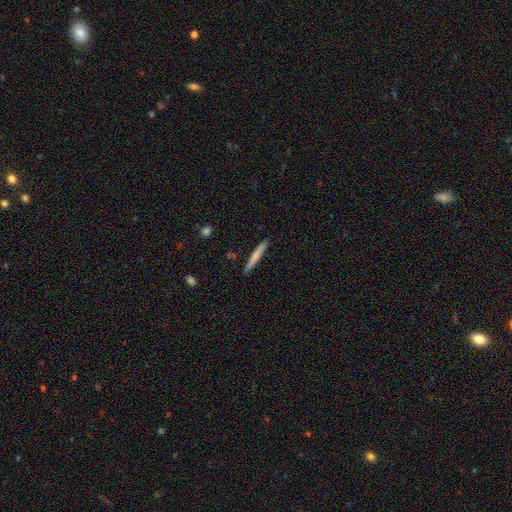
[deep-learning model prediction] The model was most divided on "smooth or featured": smooth: 68%, featured or disk: 27%, star or artifact: 6%. More confident: how rounded — cigar-shaped (96%); merging — none (89%).